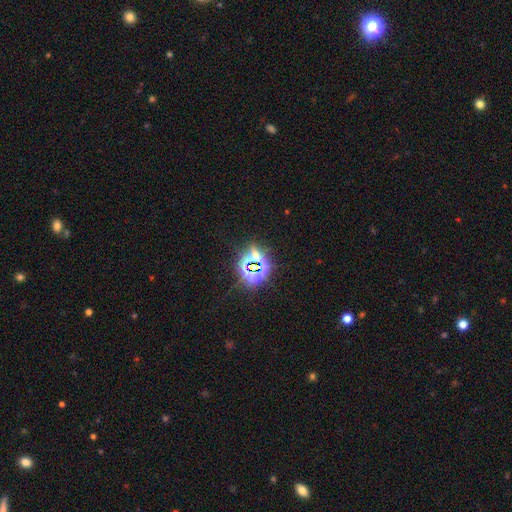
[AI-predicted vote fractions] Q: Smooth or featured?
A: star or artifact (77%); runner-up: smooth (14%)